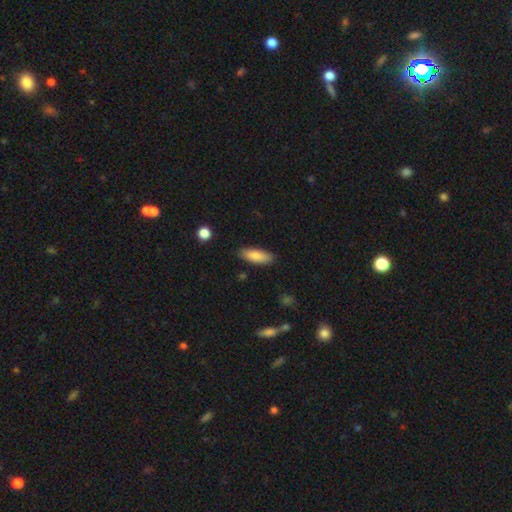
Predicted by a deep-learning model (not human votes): Q: Smooth or featured?
A: smooth (84%); runner-up: featured or disk (10%)
Q: How rounded?
A: in between (64%); runner-up: cigar-shaped (34%)
Q: Merging?
A: none (86%); runner-up: minor disturbance (10%)